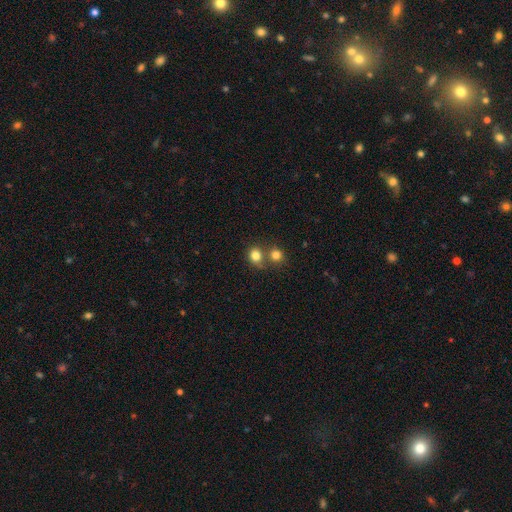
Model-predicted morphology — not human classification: This appears to be a smooth galaxy with no disk features (81%) that is round (74%). Merging: none (46%).